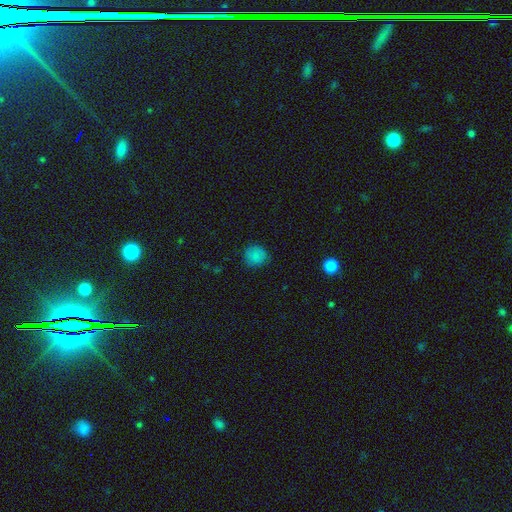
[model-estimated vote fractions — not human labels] Smooth or featured?
  - smooth: 83% *
  - star or artifact: 13%
  - featured or disk: 4%
How rounded?
  - round: 90% *
  - in between: 9%
  - cigar-shaped: 1%
Merging?
  - none: 86% *
  - minor disturbance: 10%
  - major disturbance: 3%
  - merger: 1%